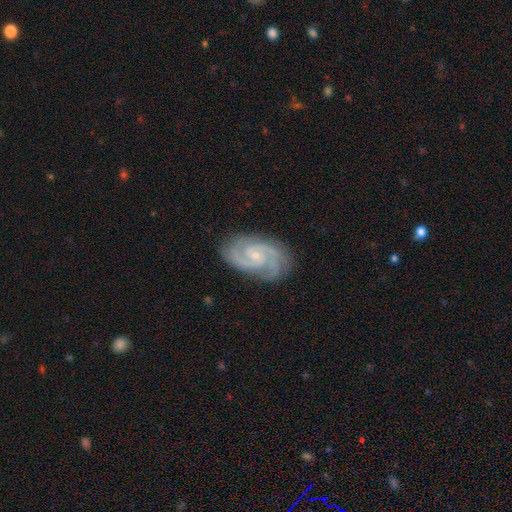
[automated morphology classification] The model was most divided on "spiral winding": tight: 50%, medium: 44%, loose: 6%. More confident: spiral arms — yes (98%); edge-on disk — no (98%); smooth or featured — featured or disk (91%); merging — none (83%); bulge size — small (76%); spiral arm count — 2 (67%); bar — no (58%).